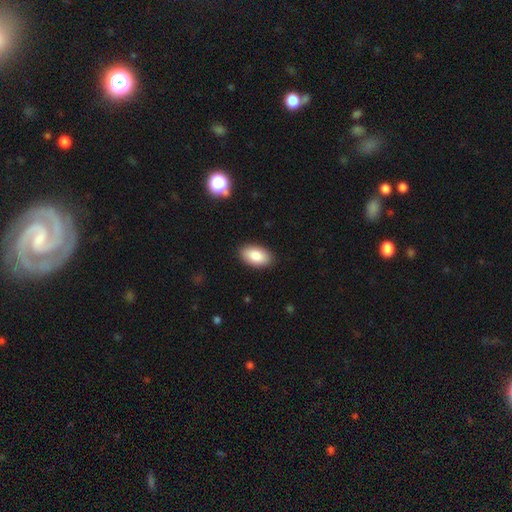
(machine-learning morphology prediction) Smooth or featured? Predicted: smooth (p=0.87). How rounded? Predicted: in between (p=0.95). Merging? Predicted: none (p=0.89).